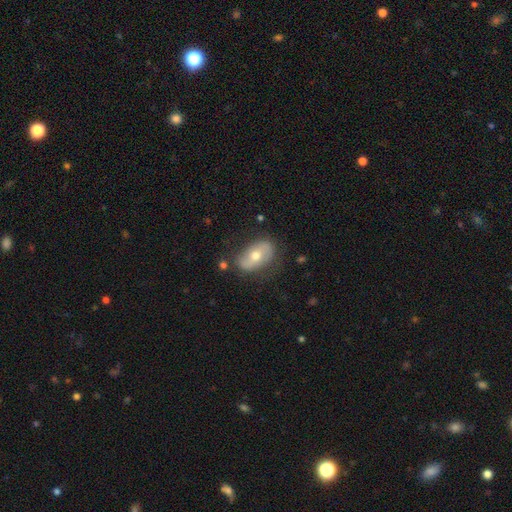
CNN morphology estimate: This appears to be a featured or disk galaxy (50%). Merging: none (73%).